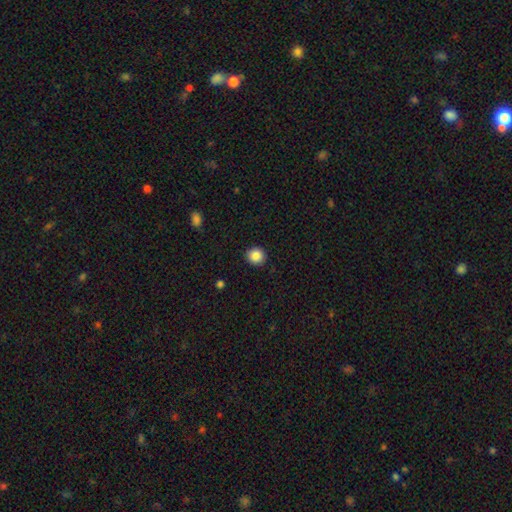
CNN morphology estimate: This is clearly a smooth galaxy (87%). How rounded: clearly round (90%). Merging: clearly none (92%).